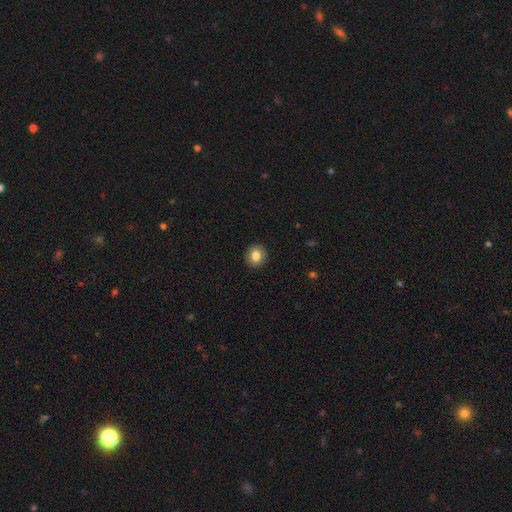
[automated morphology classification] Overall: smooth (83%). How rounded: round (81%). Merging: none (92%).